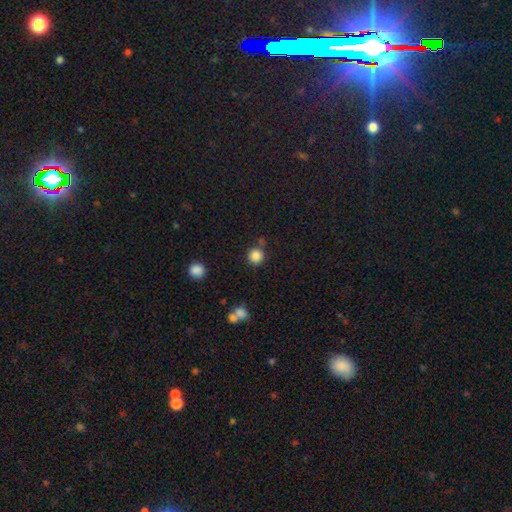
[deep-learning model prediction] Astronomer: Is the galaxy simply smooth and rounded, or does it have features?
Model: smooth — 85%.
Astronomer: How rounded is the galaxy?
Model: round — 93%.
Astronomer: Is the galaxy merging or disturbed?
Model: none — 78%.